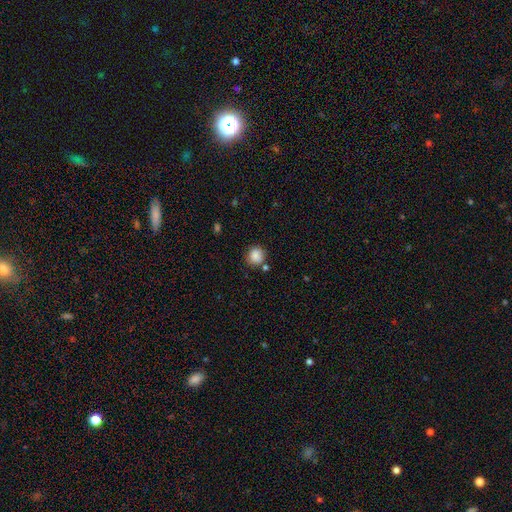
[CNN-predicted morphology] Smooth or featured? smooth (87%)
How rounded? round (88%)
Merging? none (78%)